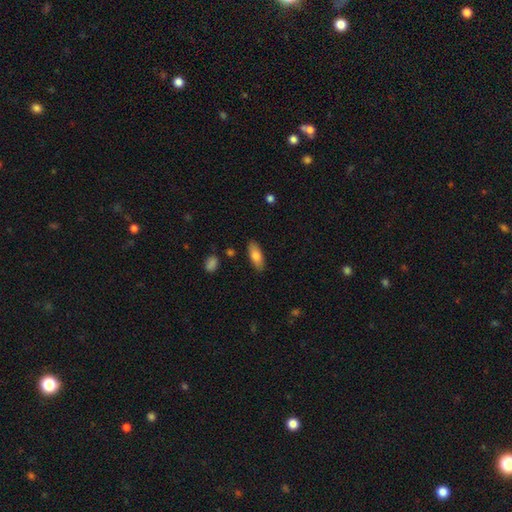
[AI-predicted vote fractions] Smooth or featured: smooth — 78% (featured or disk — 16%)
How rounded: in between — 75% (cigar-shaped — 23%)
Merging: none — 86% (minor disturbance — 10%)